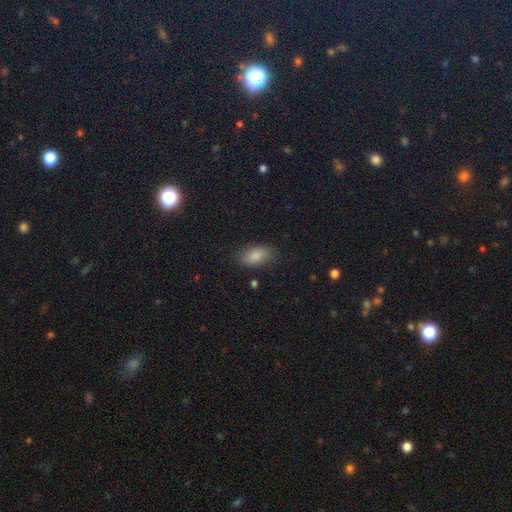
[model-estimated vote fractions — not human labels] This appears to be a smooth galaxy with no disk features (85%) that is in between round and cigar-shaped (92%). Merging: none (81%).